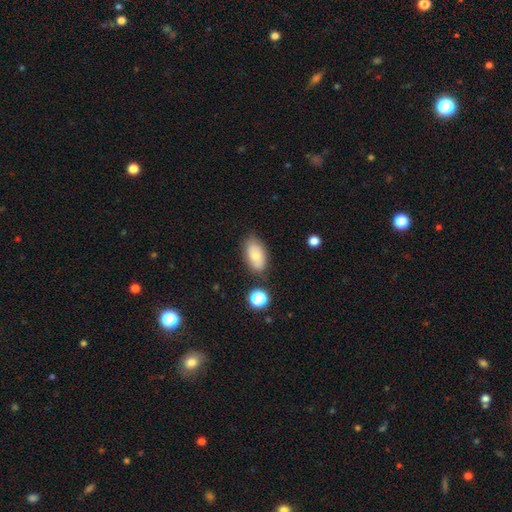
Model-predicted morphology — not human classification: Smooth or featured: smooth — 75% (featured or disk — 17%)
How rounded: in between — 92% (round — 5%)
Merging: none — 76% (minor disturbance — 16%)